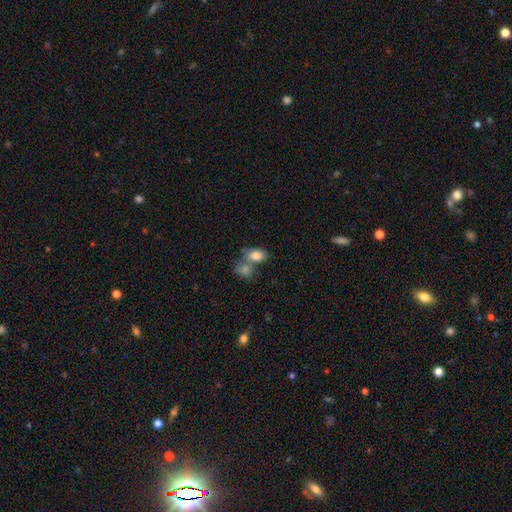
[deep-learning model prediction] Smooth or featured? Predicted: smooth (p=0.82). How rounded? Predicted: in between (p=0.86). Merging? Predicted: merger (p=0.46).